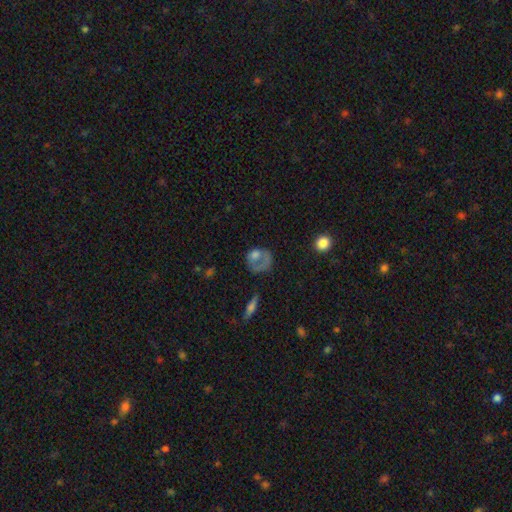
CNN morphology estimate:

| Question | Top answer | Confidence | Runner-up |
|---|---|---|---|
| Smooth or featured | smooth | 52% | featured or disk (37%) |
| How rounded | round | 58% | in between (40%) |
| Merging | major disturbance | 38% | none (36%) |